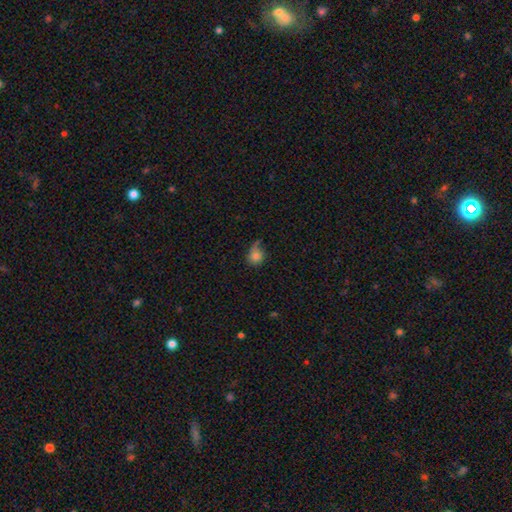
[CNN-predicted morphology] The model was most divided on "merging": none: 43%, minor disturbance: 32%, major disturbance: 19%, merger: 6%. More confident: smooth or featured — smooth (76%); how rounded — round (71%).